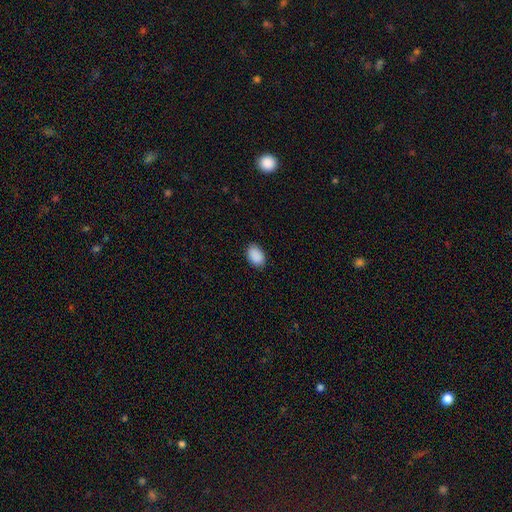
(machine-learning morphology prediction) smooth 90%, star or artifact 7%, featured or disk 3%. Down the decision tree: how rounded — in between (86%); merging — none (86%).